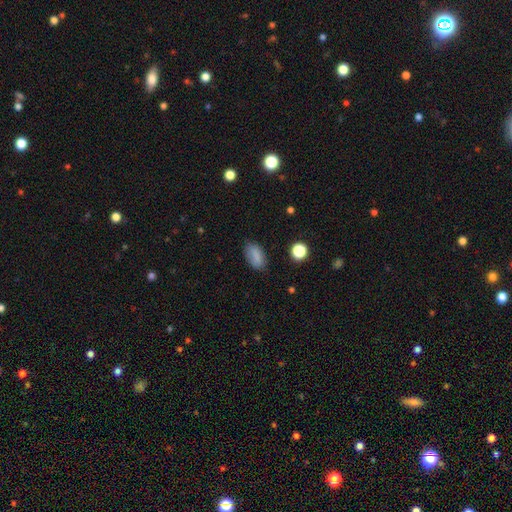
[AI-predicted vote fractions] Smooth or featured? Predicted: smooth (p=0.84). How rounded? Predicted: in between (p=0.91). Merging? Predicted: none (p=0.78).